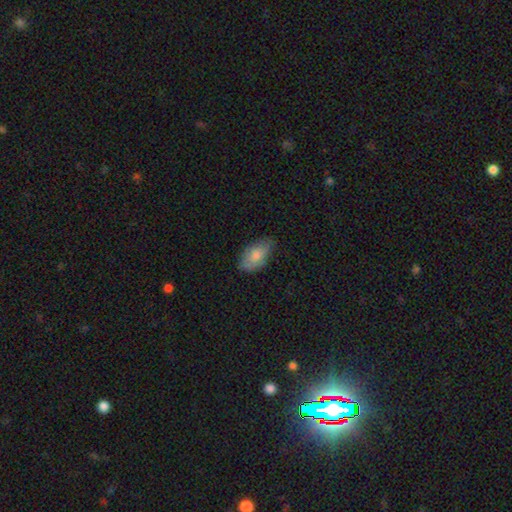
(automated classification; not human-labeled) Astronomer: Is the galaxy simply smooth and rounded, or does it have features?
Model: smooth — 75%.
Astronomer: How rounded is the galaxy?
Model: in between — 93%.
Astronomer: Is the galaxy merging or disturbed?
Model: none — 61%.